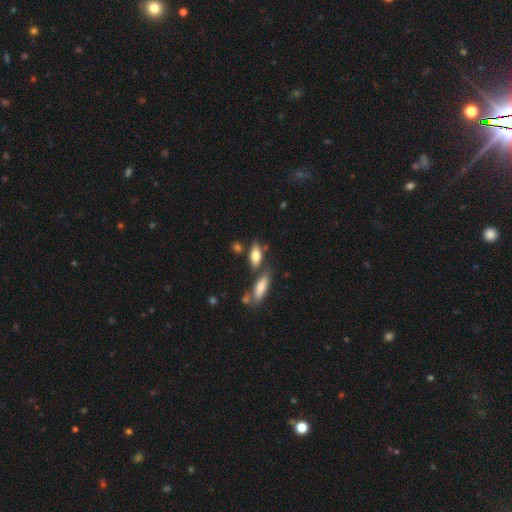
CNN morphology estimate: smooth 76%, featured or disk 16%, star or artifact 7%. Down the decision tree: how rounded — in between (79%); merging — none (63%).